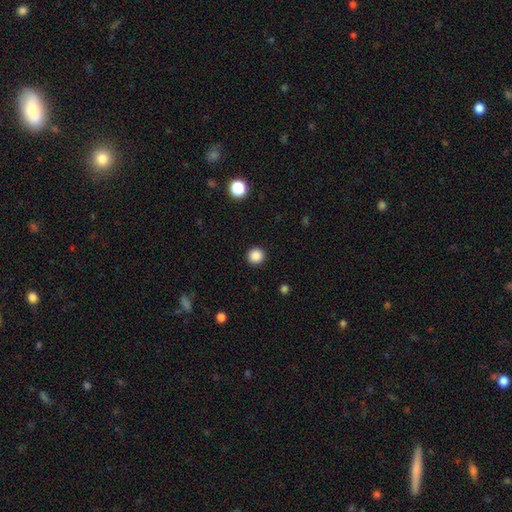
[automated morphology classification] Smooth or featured: smooth — 87% (star or artifact — 10%)
How rounded: round — 94% (in between — 5%)
Merging: none — 92% (minor disturbance — 5%)